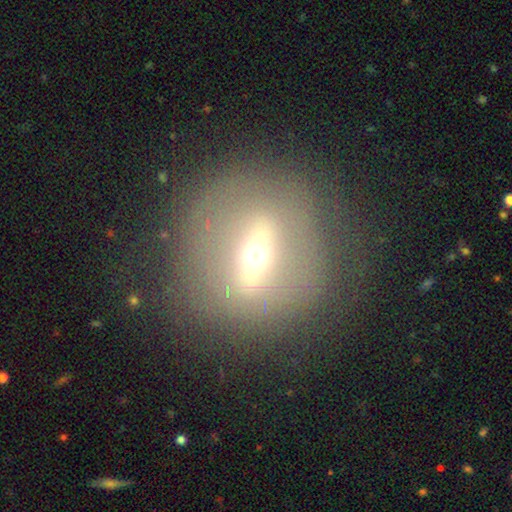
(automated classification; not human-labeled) A featured or disk galaxy (67%). Merging: none (79%).